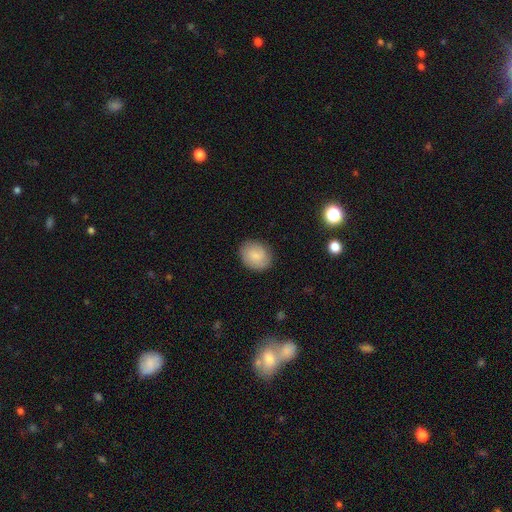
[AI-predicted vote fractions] This appears to be a smooth galaxy with no disk features (78%) that is round (56%). Merging: none (85%).